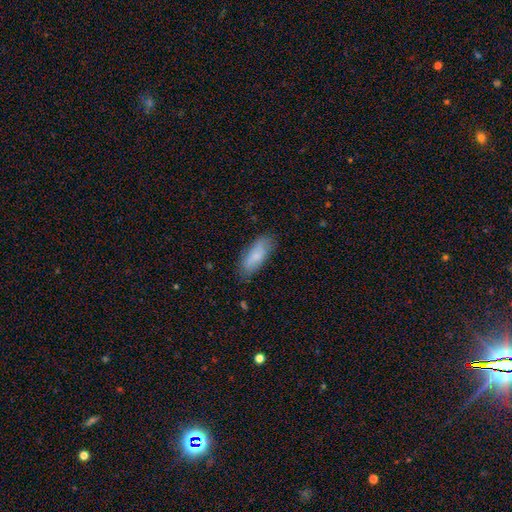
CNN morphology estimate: Smooth or featured? Predicted: smooth (p=0.79). How rounded? Predicted: in between (p=0.70). Merging? Predicted: none (p=0.79).